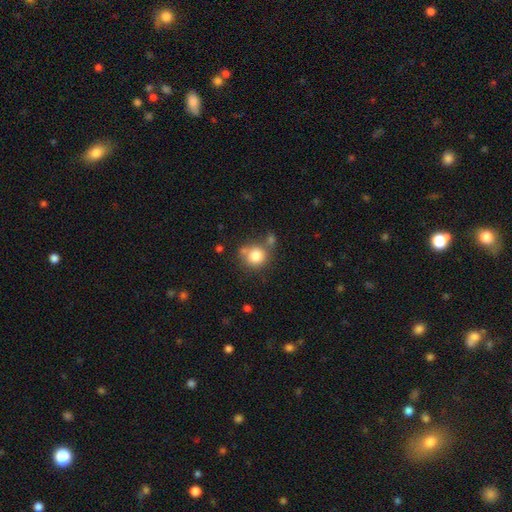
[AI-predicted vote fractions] Smooth or featured? Predicted: smooth (p=0.80). How rounded? Predicted: round (p=0.88). Merging? Predicted: none (p=0.62).